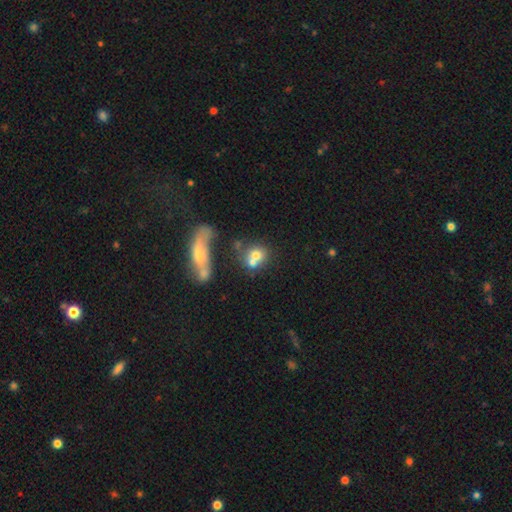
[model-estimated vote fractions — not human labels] smooth_or_featured: smooth (p=0.68) [alt: featured or disk p=0.21]
how_rounded: round (p=0.71) [alt: in between p=0.26]
merging: merger (p=0.53) [alt: none p=0.31]